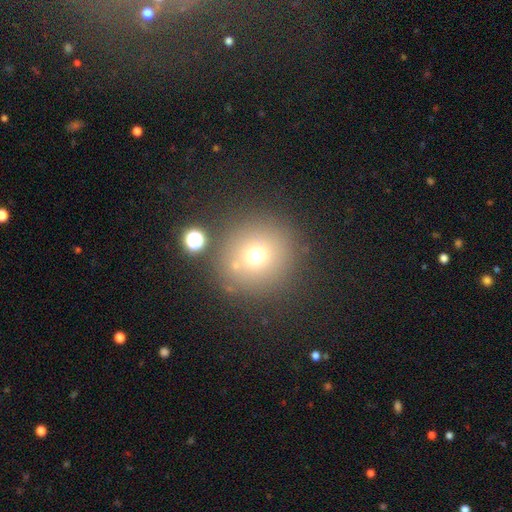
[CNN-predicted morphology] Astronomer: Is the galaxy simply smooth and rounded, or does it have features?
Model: smooth — 68%.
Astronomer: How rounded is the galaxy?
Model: round — 93%.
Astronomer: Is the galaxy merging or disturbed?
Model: none — 80%.